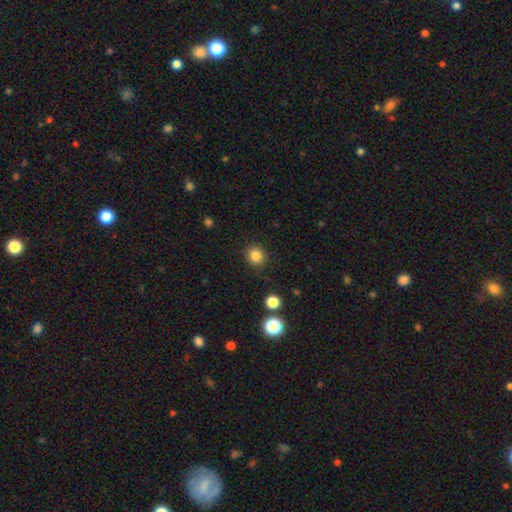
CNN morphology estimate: A smooth galaxy with no disk features (85%) that is round (84%). Merging: none (89%).